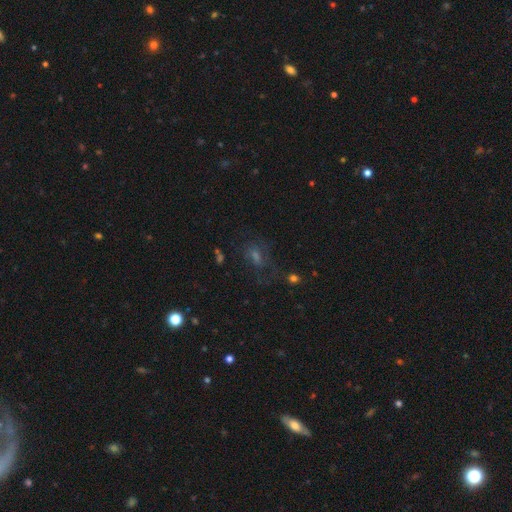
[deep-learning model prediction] smooth_or_featured: smooth (p=0.36) [alt: star or artifact p=0.35]
merging: none (p=0.54) [alt: major disturbance p=0.23]